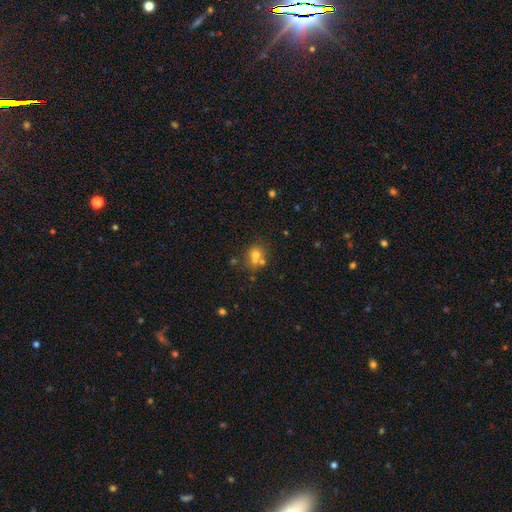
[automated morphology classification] This is likely a smooth galaxy (64%). How rounded: likely round (75%). Merging: possibly none (48%).